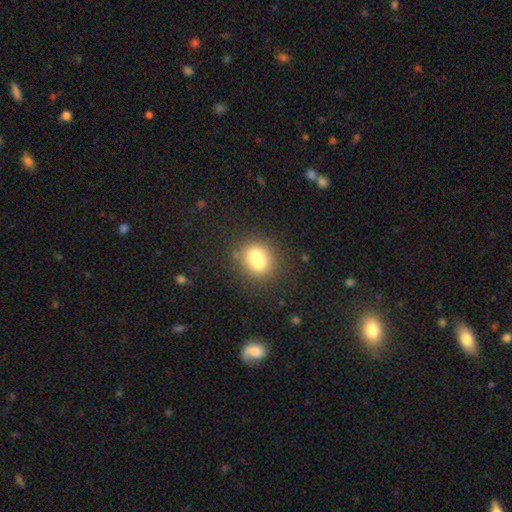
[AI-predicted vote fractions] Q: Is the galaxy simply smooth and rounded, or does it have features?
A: smooth — 67%.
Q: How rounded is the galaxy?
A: round — 74%.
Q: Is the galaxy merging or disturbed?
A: merger — 48%.